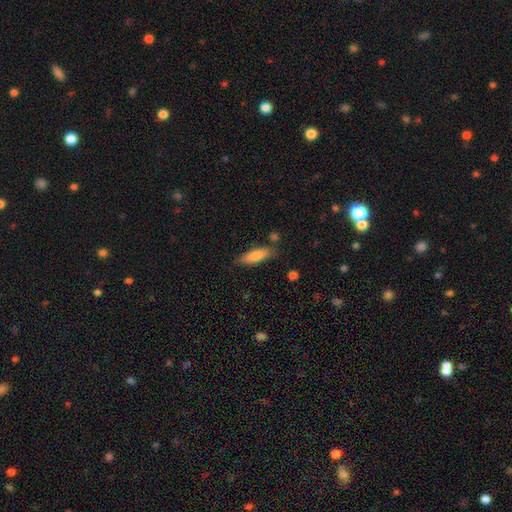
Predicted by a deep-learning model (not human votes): A smooth galaxy with no disk features (79%) that is cigar-shaped (55%). Merging: none (77%).